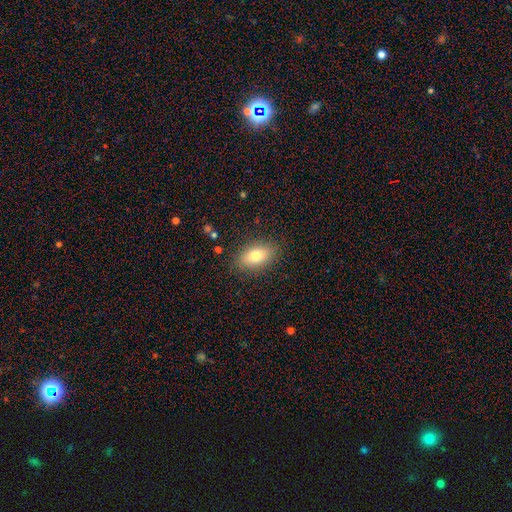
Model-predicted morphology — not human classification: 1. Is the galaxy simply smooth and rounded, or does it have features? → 76% smooth, 15% featured or disk, 9% star or artifact.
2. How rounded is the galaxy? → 87% in between, 9% round, 4% cigar-shaped.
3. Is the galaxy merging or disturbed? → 86% none, 10% minor disturbance, 3% major disturbance, 1% merger.